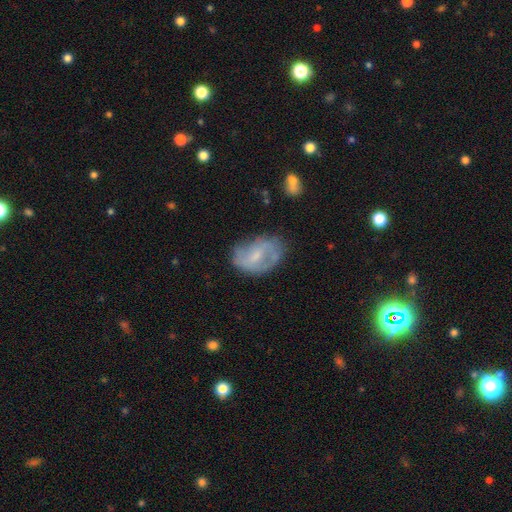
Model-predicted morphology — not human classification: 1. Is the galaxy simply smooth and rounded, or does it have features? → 59% featured or disk, 33% smooth, 7% star or artifact.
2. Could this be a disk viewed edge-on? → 96% no, 4% yes.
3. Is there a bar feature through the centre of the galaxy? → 49% weak, 39% no, 12% strong.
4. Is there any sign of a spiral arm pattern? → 71% yes, 29% no.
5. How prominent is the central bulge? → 53% small, 31% moderate, 13% none, 2% large, 1% dominant.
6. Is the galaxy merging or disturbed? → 59% none, 27% minor disturbance, 12% major disturbance, 2% merger.